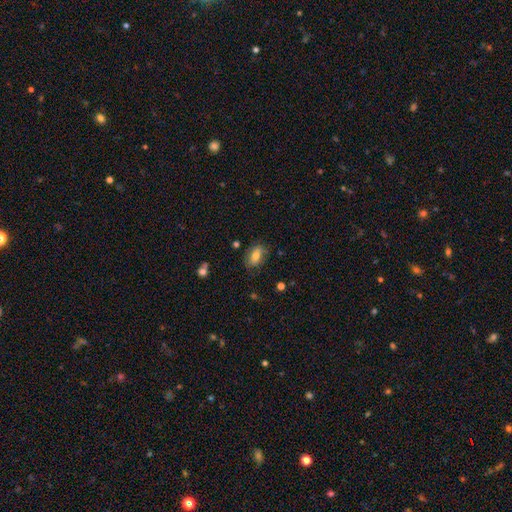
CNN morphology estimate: Smooth or featured?
  - smooth: 68% *
  - featured or disk: 22%
  - star or artifact: 10%
How rounded?
  - in between: 85% *
  - round: 11%
  - cigar-shaped: 4%
Merging?
  - none: 71% *
  - minor disturbance: 20%
  - major disturbance: 6%
  - merger: 2%